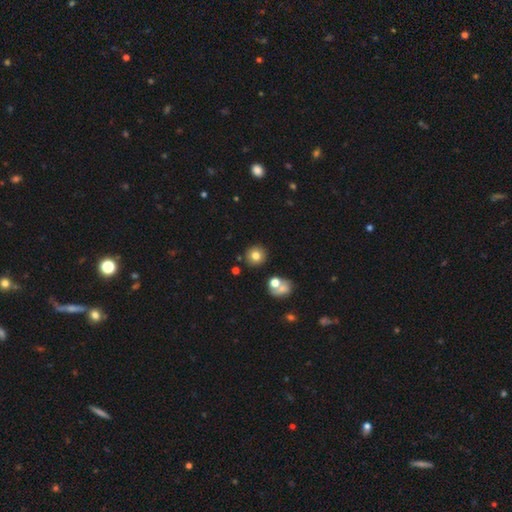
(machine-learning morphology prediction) The model was most divided on "smooth or featured": smooth: 78%, star or artifact: 13%, featured or disk: 10%. More confident: how rounded — round (91%); merging — none (85%).